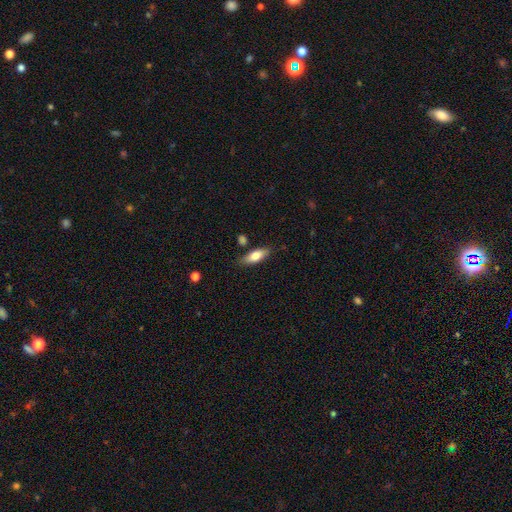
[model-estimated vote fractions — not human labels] Smooth or featured? smooth (75%)
How rounded? in between (70%)
Merging? none (80%)